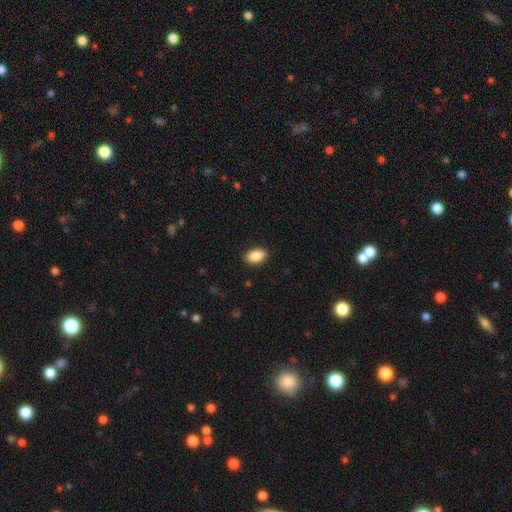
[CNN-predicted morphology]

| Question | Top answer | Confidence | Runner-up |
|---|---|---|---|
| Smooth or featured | smooth | 89% | star or artifact (7%) |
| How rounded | in between | 92% | round (6%) |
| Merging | none | 90% | minor disturbance (7%) |